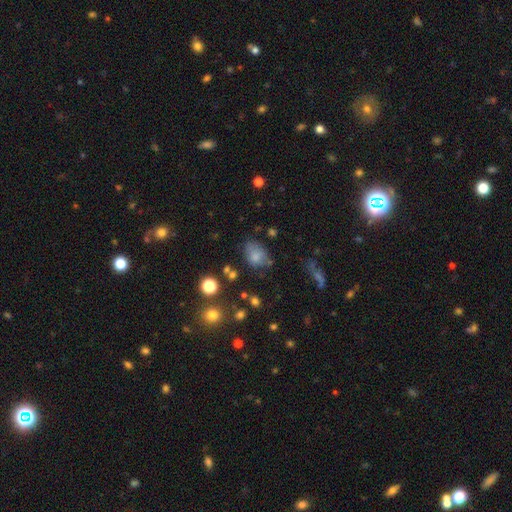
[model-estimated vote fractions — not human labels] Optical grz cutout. It shows a smooth galaxy with no disk features (74%) that is in between round and cigar-shaped (64%). Merging: none (55%).